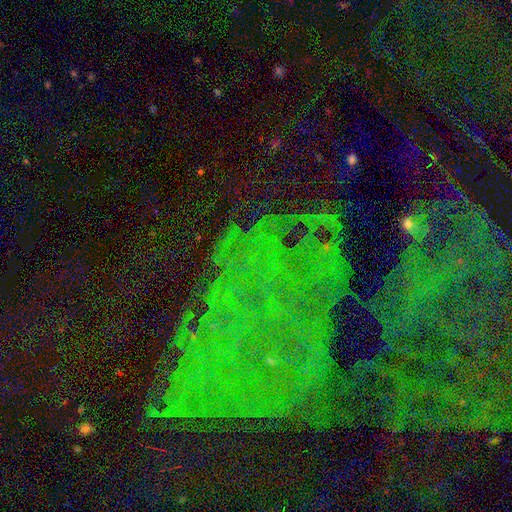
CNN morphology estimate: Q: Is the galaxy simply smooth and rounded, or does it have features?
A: star or artifact — 76%.